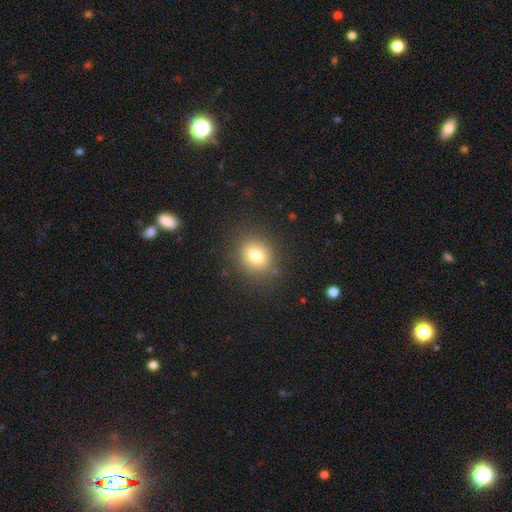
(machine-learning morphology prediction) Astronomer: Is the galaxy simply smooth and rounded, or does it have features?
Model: smooth — 78%.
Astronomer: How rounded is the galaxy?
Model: round — 68%.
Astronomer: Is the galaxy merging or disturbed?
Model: none — 85%.